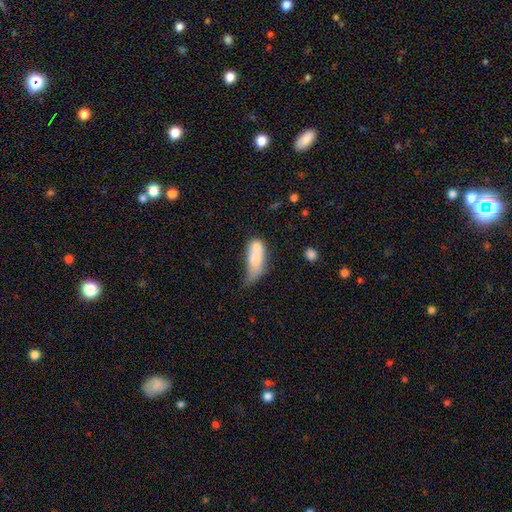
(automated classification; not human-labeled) Morphology: type=smooth (67%); roundness=in between (72%); merging=merger (46%).